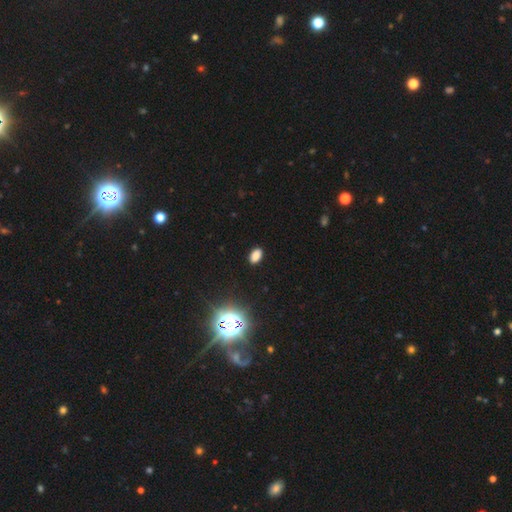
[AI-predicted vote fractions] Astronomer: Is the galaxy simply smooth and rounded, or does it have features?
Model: smooth — 80%.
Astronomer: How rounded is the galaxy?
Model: in between — 90%.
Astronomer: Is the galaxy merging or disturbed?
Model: none — 88%.